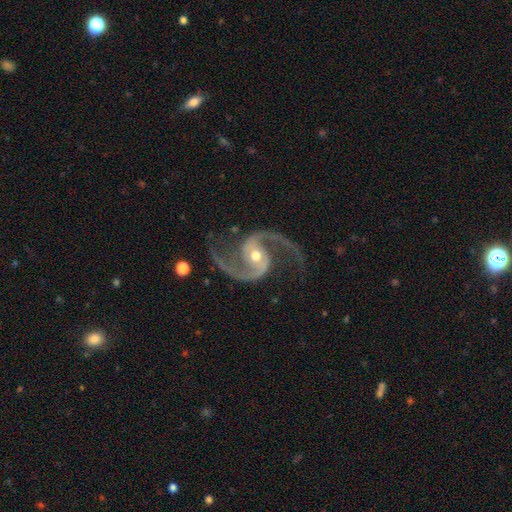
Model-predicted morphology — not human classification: A featured or disk galaxy (94%) with no bar (47%), 2 (95%) medium (58%) spiral arms (99%) and a moderate central bulge (69%). Merging: none (79%).